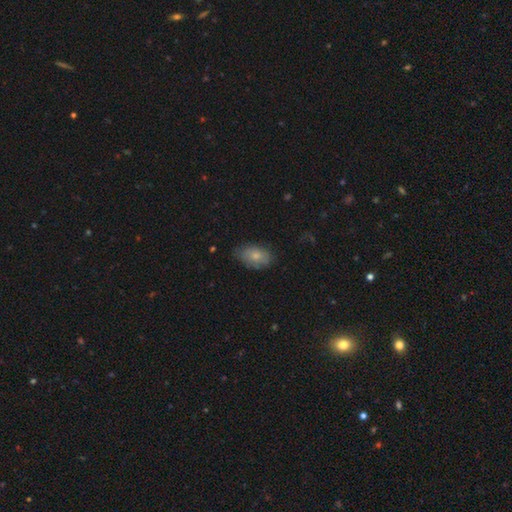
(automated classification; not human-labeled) Smooth or featured? smooth (77%)
How rounded? in between (91%)
Merging? none (71%)